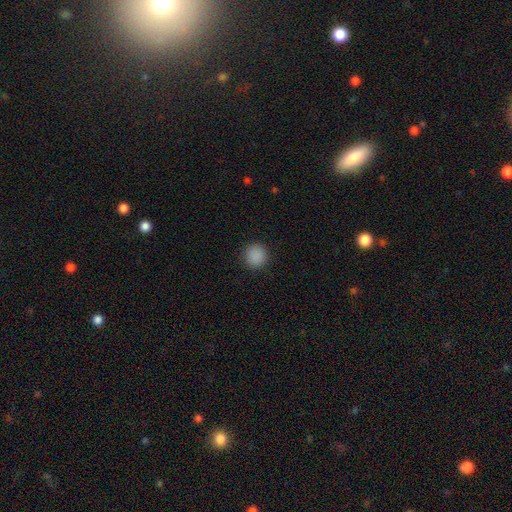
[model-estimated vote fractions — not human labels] A smooth galaxy with no disk features (88%) that is round (92%). Merging: none (91%).